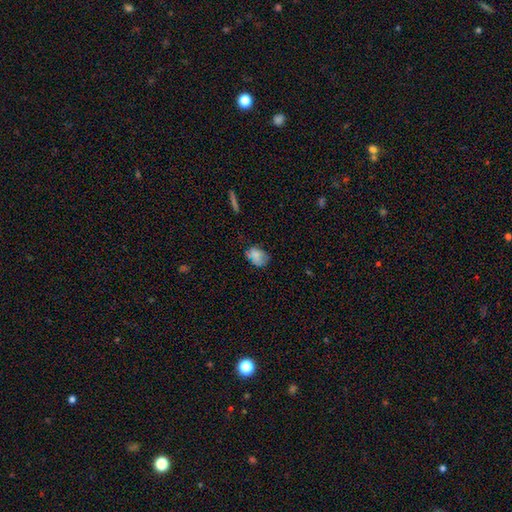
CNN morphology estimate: The model was most divided on "merging": none: 58%, minor disturbance: 28%, major disturbance: 10%, merger: 4%. More confident: smooth or featured — smooth (73%); how rounded — in between (65%).